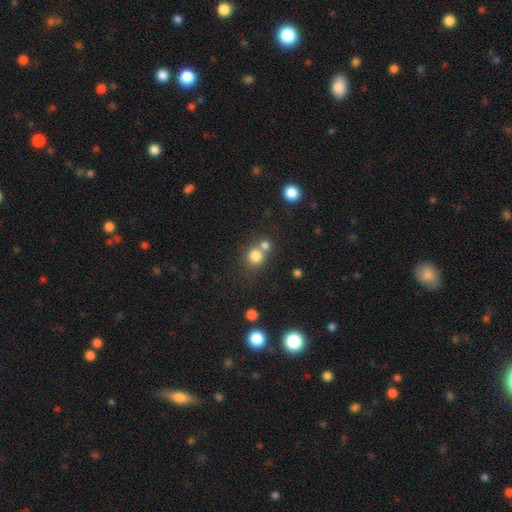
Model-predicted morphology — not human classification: smooth_or_featured: smooth (p=0.79) [alt: star or artifact p=0.13]
how_rounded: round (p=0.83) [alt: in between p=0.16]
merging: none (p=0.49) [alt: merger p=0.39]